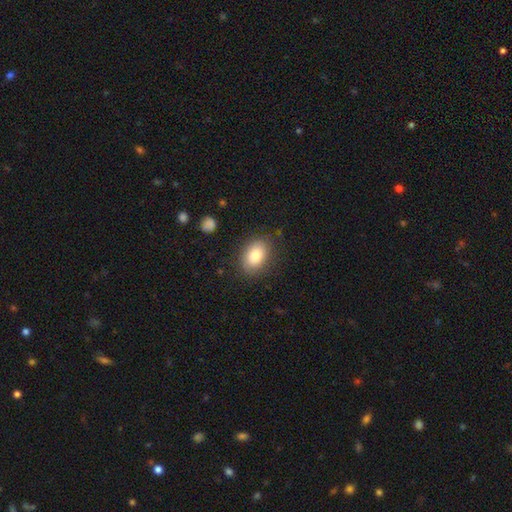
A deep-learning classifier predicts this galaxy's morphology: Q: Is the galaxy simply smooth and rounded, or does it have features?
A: smooth — 81%.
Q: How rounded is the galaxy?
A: in between — 83%.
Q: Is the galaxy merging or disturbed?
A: none — 81%.